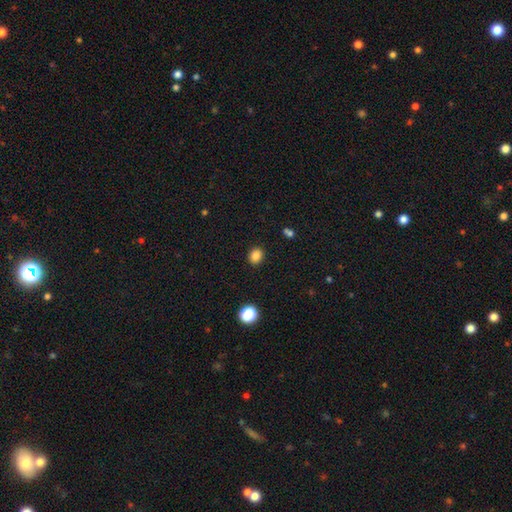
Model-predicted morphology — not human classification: The model was most divided on "how rounded": round: 66%, in between: 33%, cigar-shaped: 1%. More confident: merging — none (89%); smooth or featured — smooth (85%).